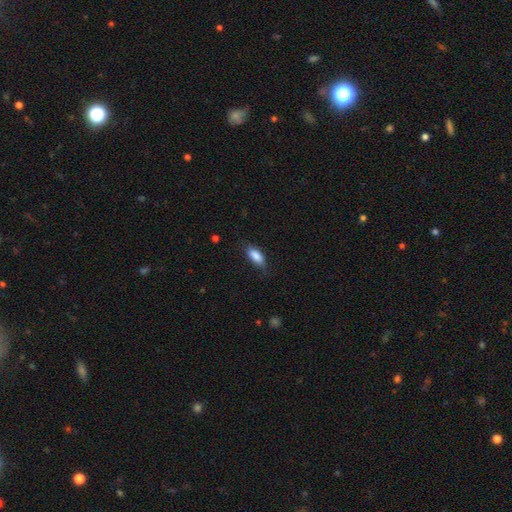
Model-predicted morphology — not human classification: This appears to be a smooth galaxy with no disk features (85%) that is in between round and cigar-shaped (82%). Merging: none (71%).